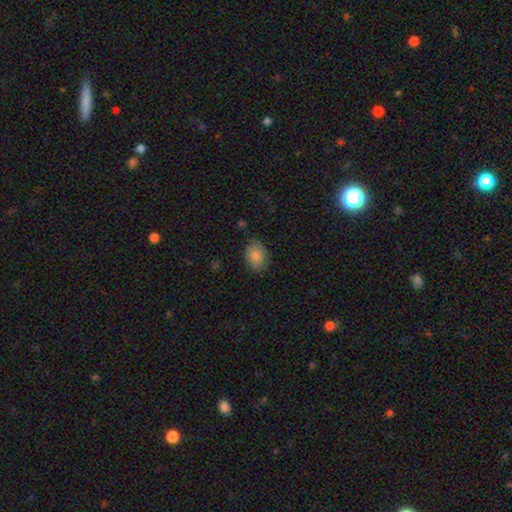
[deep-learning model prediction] The model was most divided on "how rounded": in between: 65%, round: 34%, cigar-shaped: 1%. More confident: smooth or featured — smooth (83%); merging — none (78%).